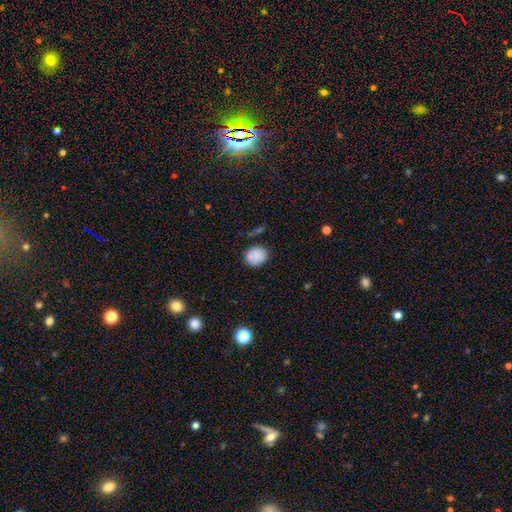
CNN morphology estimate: Smooth or featured? smooth (84%)
How rounded? round (59%)
Merging? none (77%)